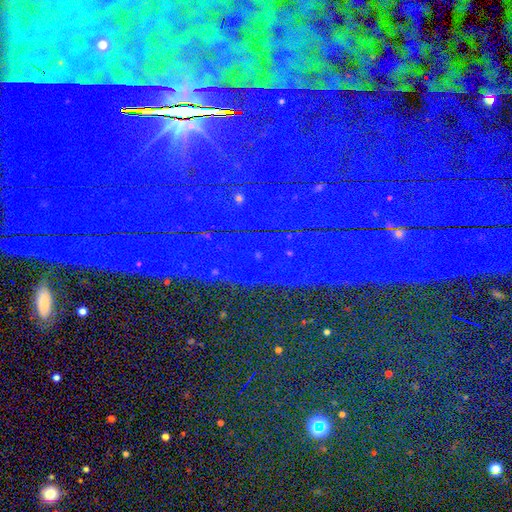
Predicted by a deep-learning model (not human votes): Smooth or featured: star or artifact — 86% (featured or disk — 8%)